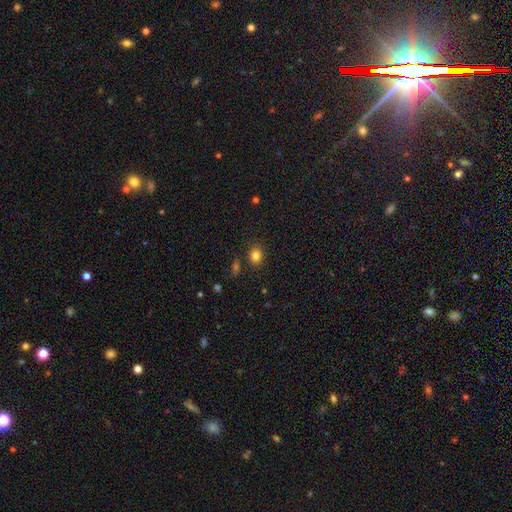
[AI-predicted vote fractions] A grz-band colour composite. It shows a smooth galaxy with no disk features (83%) that is in between round and cigar-shaped (54%). Merging: none (84%).